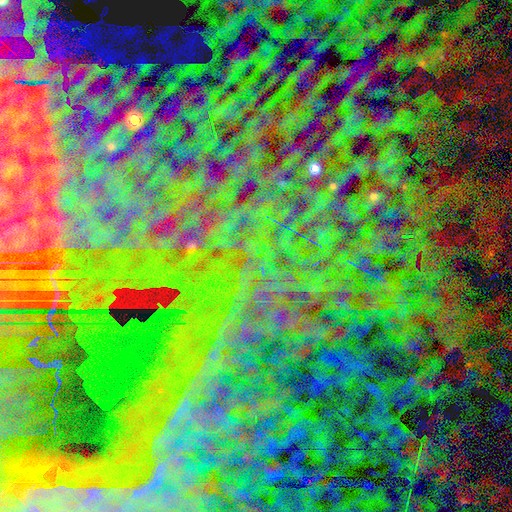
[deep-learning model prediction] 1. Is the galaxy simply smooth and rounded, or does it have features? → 86% star or artifact, 7% featured or disk, 7% smooth.